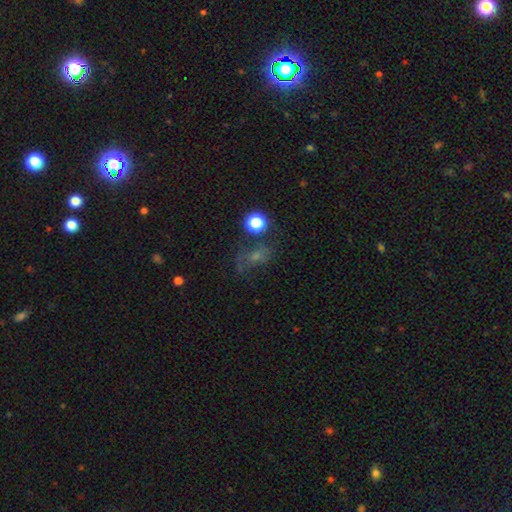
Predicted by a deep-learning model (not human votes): Smooth or featured? Predicted: smooth (p=0.42). Merging? Predicted: none (p=0.52).